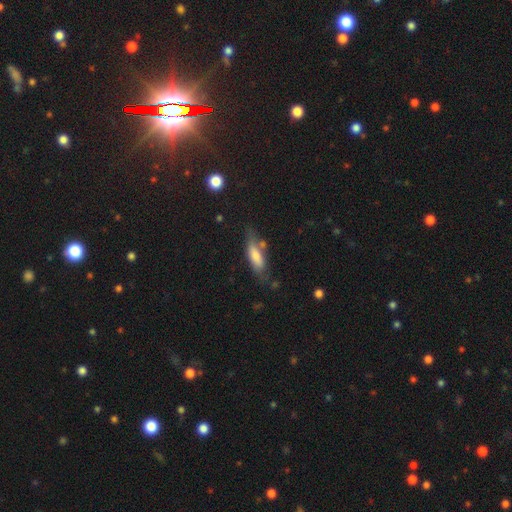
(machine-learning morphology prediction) A smooth galaxy with no disk features (68%) that is cigar-shaped (51%).

Vote fractions:
- Smooth or featured? smooth: 68% / featured or disk: 25% / star or artifact: 6%
- How rounded? cigar-shaped: 51% / in between: 47% / round: 2%
- Merging? none: 63% / minor disturbance: 23% / merger: 7% / major disturbance: 7%